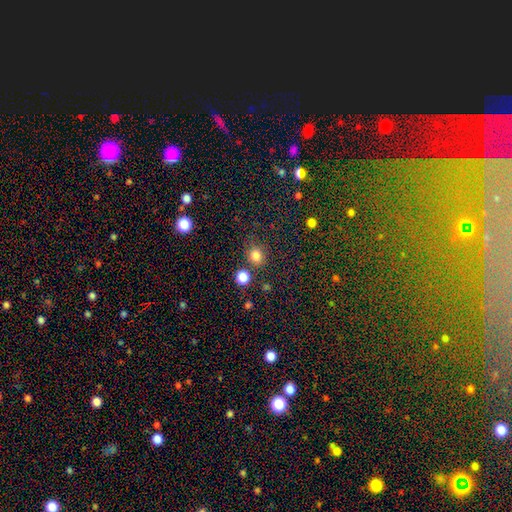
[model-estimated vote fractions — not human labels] smooth-or-featured: smooth: 81% | star or artifact: 14% | featured or disk: 5%
  how-rounded: round: 78% | in between: 21% | cigar-shaped: 1%
  merging: none: 76% | minor disturbance: 11% | merger: 9% | major disturbance: 4%